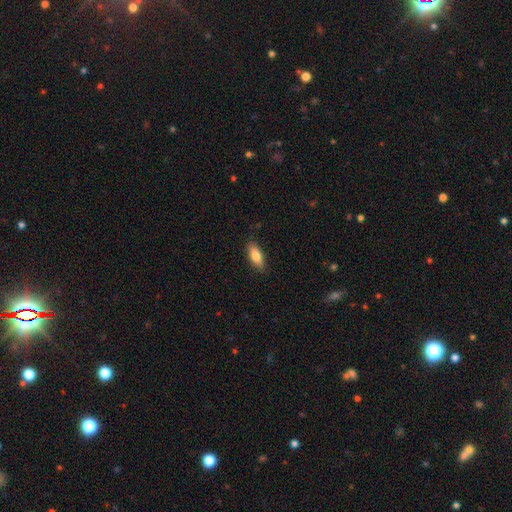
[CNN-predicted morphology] The model was most divided on "how rounded": in between: 73%, cigar-shaped: 25%, round: 2%. More confident: merging — none (86%); smooth or featured — smooth (79%).